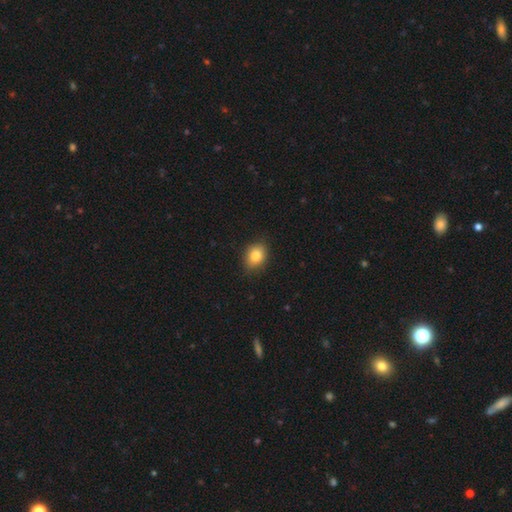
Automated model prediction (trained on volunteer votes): smooth 84%, star or artifact 9%, featured or disk 7%. Down the decision tree: how rounded — in between (63%); merging — none (84%).